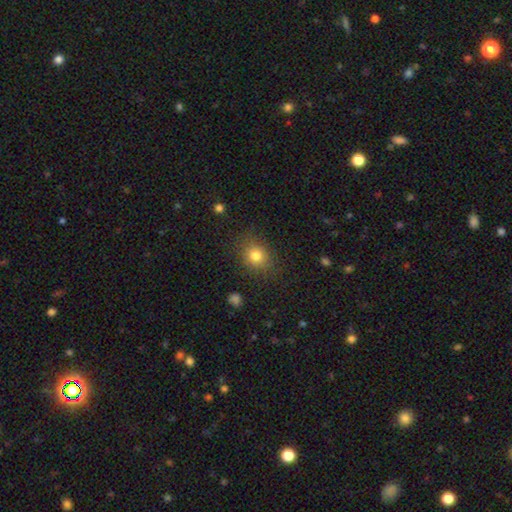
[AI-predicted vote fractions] Smooth or featured? Predicted: smooth (p=0.80). How rounded? Predicted: round (p=0.65). Merging? Predicted: none (p=0.81).